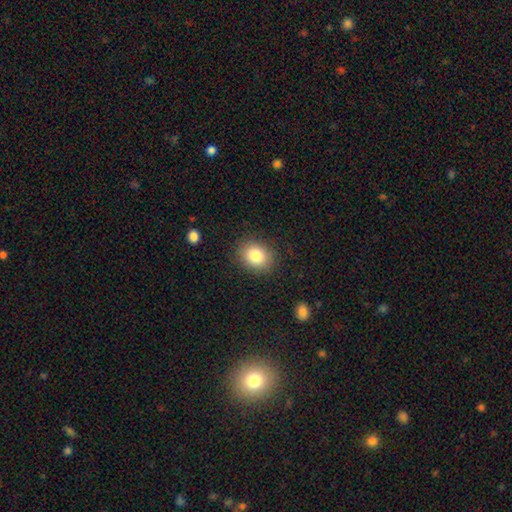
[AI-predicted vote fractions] This is clearly a smooth galaxy (84%). How rounded: possibly round (56%). Merging: clearly none (87%).